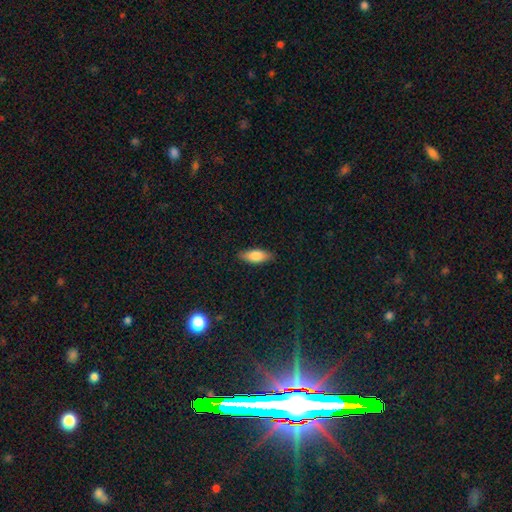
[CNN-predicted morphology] Smooth or featured?
  - smooth: 82% *
  - featured or disk: 12%
  - star or artifact: 6%
How rounded?
  - in between: 77% *
  - cigar-shaped: 21%
  - round: 2%
Merging?
  - none: 87% *
  - minor disturbance: 10%
  - major disturbance: 2%
  - merger: 1%